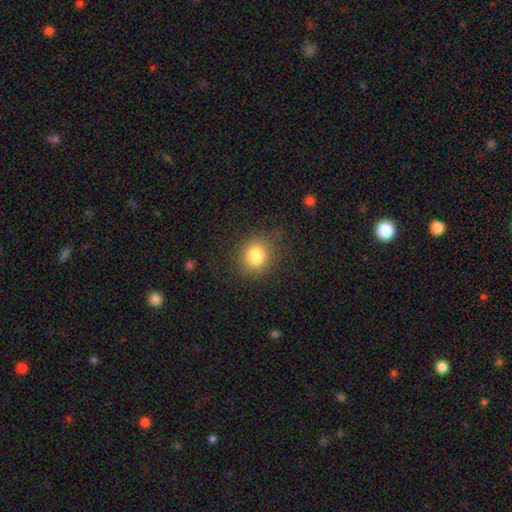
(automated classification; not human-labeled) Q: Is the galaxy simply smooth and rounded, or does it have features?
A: smooth — 83%.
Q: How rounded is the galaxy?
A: round — 78%.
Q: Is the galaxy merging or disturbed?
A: none — 79%.